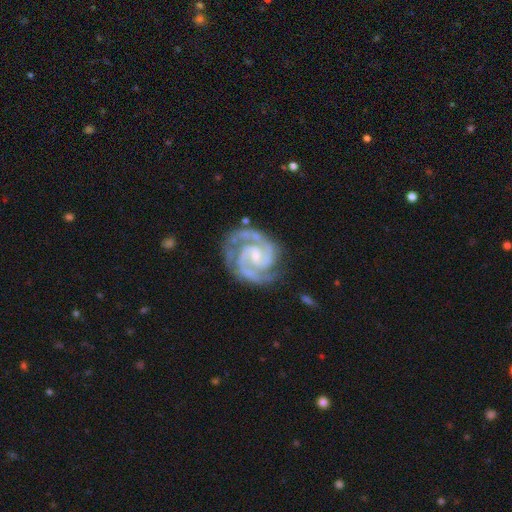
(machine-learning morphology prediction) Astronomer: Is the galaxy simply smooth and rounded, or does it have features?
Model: featured or disk — 94%.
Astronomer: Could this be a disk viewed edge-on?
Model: no — 98%.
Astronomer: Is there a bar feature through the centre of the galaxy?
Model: weak — 45% (runner-up: no, 38%).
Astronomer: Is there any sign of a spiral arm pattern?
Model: yes — 99%.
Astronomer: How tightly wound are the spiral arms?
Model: tight — 57% (runner-up: medium, 39%).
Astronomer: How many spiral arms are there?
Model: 2 — 80%.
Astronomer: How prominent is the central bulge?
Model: small — 62%.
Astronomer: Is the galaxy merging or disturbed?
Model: none — 76%.